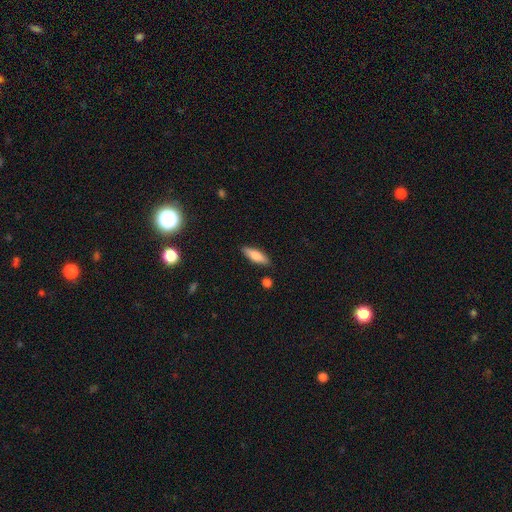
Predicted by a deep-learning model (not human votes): The model was most divided on "how rounded": in between: 52%, cigar-shaped: 46%, round: 2%. More confident: merging — none (86%); smooth or featured — smooth (77%).